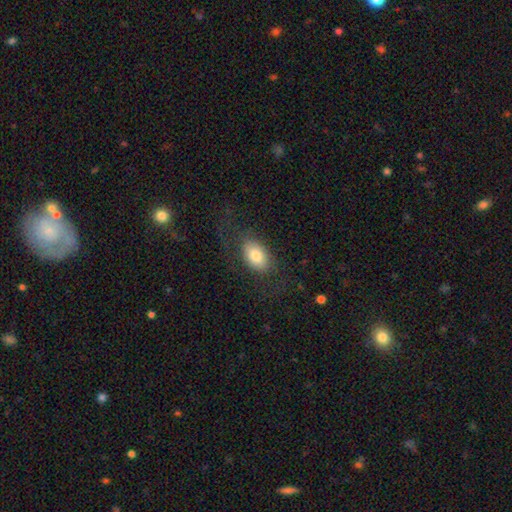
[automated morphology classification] The model was most divided on "merging": none: 68%, major disturbance: 16%, minor disturbance: 15%, merger: 1%. More confident: how rounded — in between (90%); smooth or featured — smooth (74%).